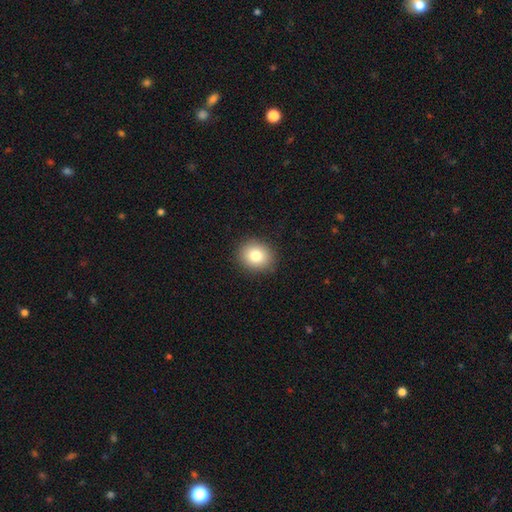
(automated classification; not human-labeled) smooth 82%, star or artifact 10%, featured or disk 8%. Down the decision tree: how rounded — round (71%); merging — none (90%).